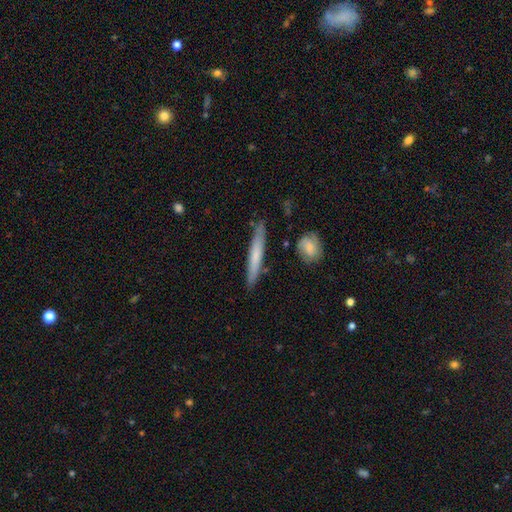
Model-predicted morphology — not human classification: A smooth galaxy with no disk features (60%) that is cigar-shaped (95%). Merging: none (86%).